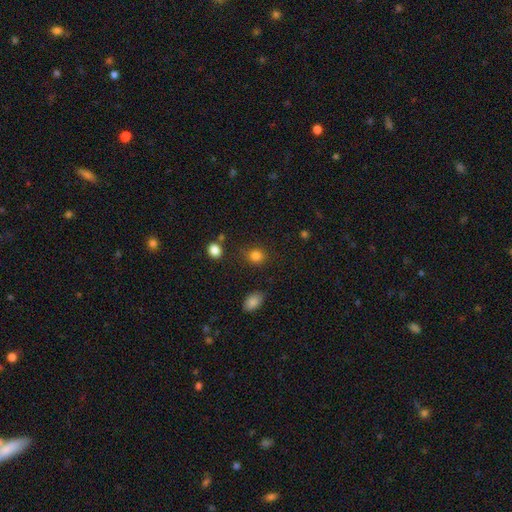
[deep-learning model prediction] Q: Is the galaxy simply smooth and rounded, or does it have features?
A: smooth — 84%.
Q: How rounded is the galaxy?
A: round — 76%.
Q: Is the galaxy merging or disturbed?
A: none — 81%.